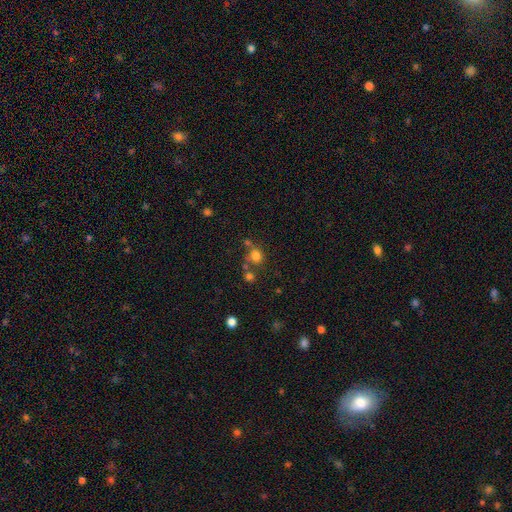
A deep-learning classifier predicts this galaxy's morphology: smooth_or_featured: smooth (p=0.75) [alt: star or artifact p=0.16]
how_rounded: round (p=0.78) [alt: in between p=0.21]
merging: none (p=0.58) [alt: merger p=0.24]